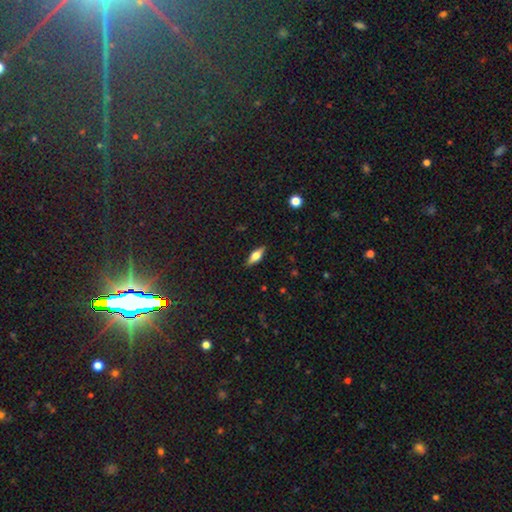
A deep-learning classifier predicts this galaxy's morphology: A smooth galaxy with no disk features (50%).

Vote fractions:
- Smooth or featured? smooth: 50% / featured or disk: 43% / star or artifact: 7%
- Merging? none: 88% / minor disturbance: 8% / major disturbance: 2% / merger: 1%